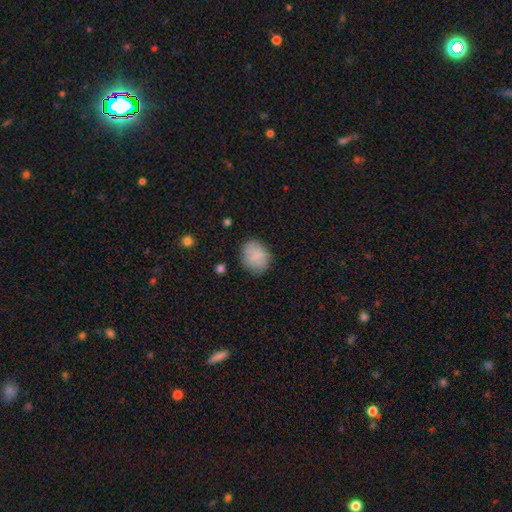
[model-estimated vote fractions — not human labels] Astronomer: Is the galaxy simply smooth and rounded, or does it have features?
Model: smooth — 84%.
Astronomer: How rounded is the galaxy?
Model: round — 55% (runner-up: in between, 44%).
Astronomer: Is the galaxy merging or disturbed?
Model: none — 81%.